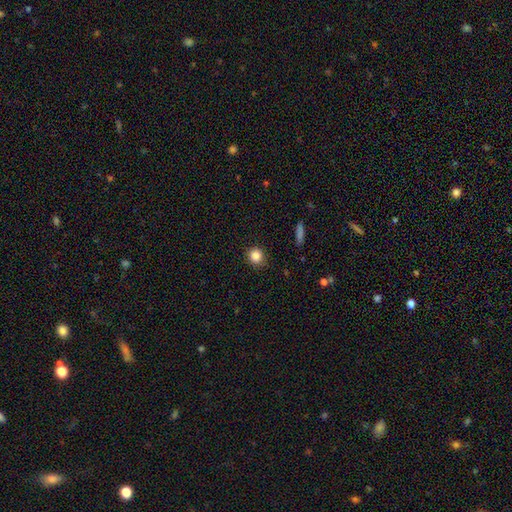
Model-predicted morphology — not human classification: Smooth or featured? smooth (85%)
How rounded? round (88%)
Merging? none (89%)